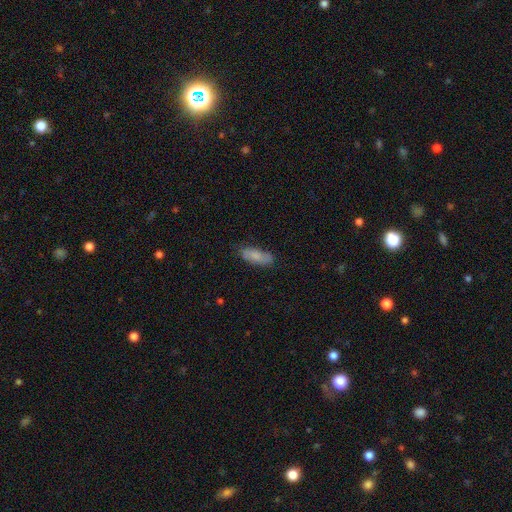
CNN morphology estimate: smooth 74%, featured or disk 20%, star or artifact 6%. Down the decision tree: how rounded — in between (69%); merging — none (77%).